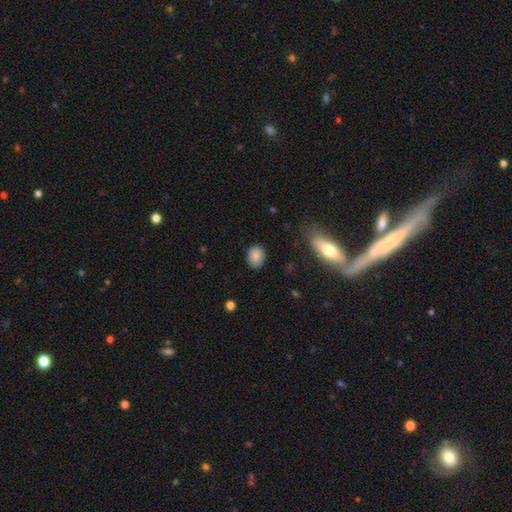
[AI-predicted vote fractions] Smooth or featured? Predicted: smooth (p=0.86). How rounded? Predicted: in between (p=0.62). Merging? Predicted: none (p=0.84).